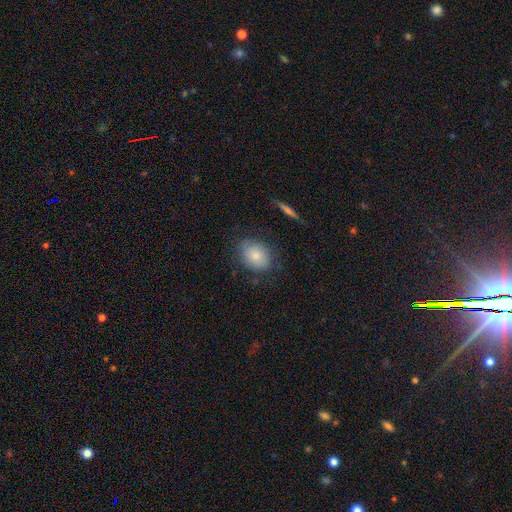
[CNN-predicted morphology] Overall: smooth (79%). How rounded: in between (65%; round 34%). Merging: none (75%).